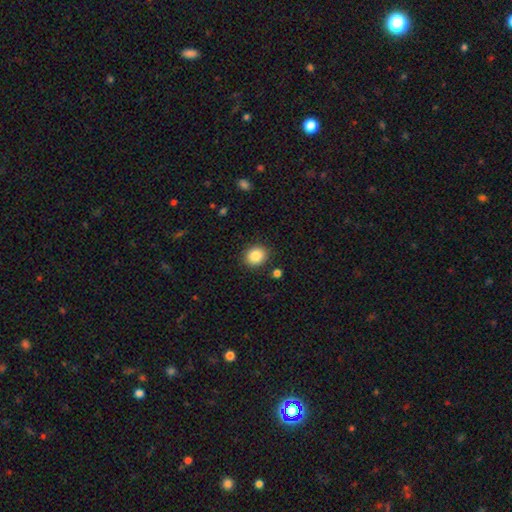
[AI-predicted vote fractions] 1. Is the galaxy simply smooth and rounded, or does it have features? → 86% smooth, 9% star or artifact, 5% featured or disk.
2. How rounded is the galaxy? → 68% round, 31% in between, 1% cigar-shaped.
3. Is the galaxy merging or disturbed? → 88% none, 7% minor disturbance, 2% major disturbance, 2% merger.